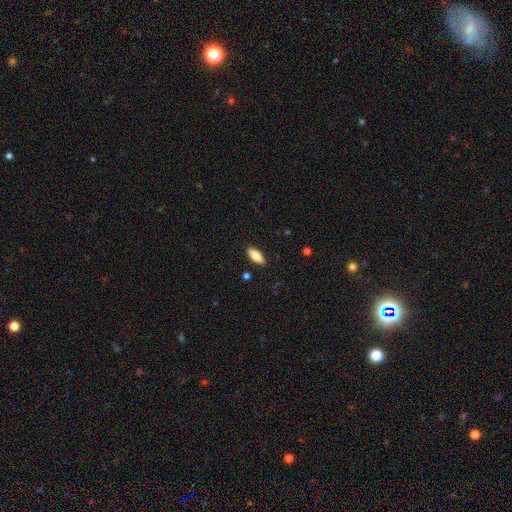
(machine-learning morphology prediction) The model was most divided on "how rounded": in between: 78%, cigar-shaped: 20%, round: 2%. More confident: merging — none (88%); smooth or featured — smooth (77%).